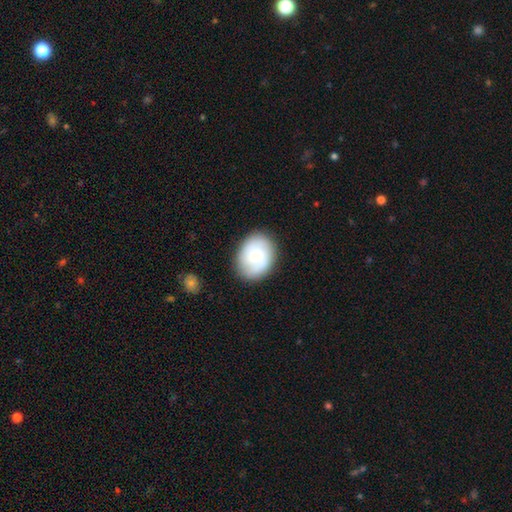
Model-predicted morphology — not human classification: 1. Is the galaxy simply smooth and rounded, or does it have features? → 54% smooth, 39% featured or disk, 7% star or artifact.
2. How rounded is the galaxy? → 55% in between, 44% round, 1% cigar-shaped.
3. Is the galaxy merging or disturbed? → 81% none, 13% minor disturbance, 4% major disturbance, 2% merger.